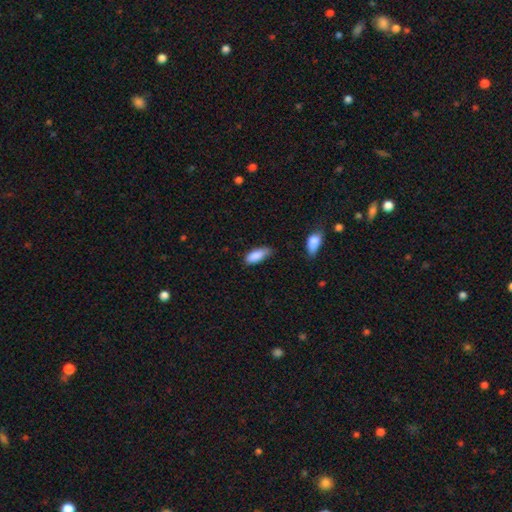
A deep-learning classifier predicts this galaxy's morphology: Smooth or featured?
  - smooth: 88% *
  - star or artifact: 7%
  - featured or disk: 5%
How rounded?
  - in between: 80% *
  - cigar-shaped: 18%
  - round: 2%
Merging?
  - none: 56% *
  - minor disturbance: 35%
  - major disturbance: 6%
  - merger: 3%